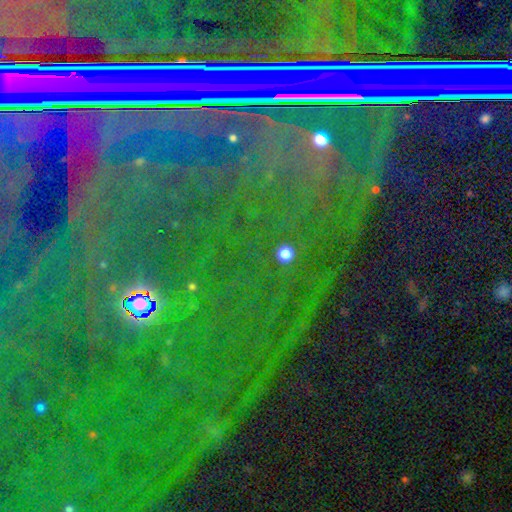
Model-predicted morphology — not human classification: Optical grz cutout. It shows a star or artifact, not a galaxy (86%).